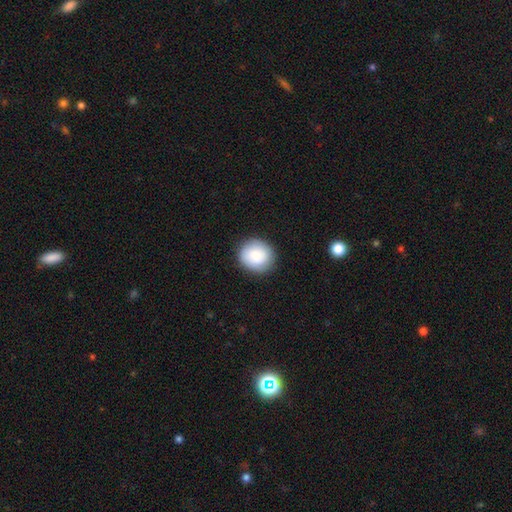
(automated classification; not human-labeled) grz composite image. It shows a smooth galaxy with no disk features (83%) that is round (86%). Merging: none (87%).